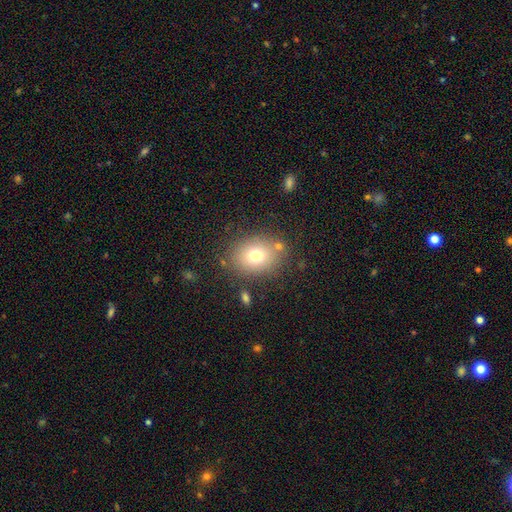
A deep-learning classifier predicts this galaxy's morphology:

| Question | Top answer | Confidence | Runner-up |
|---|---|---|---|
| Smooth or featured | smooth | 73% | featured or disk (14%) |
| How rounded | round | 50% | tied: in between (50%) |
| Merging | none | 78% | minor disturbance (12%) |